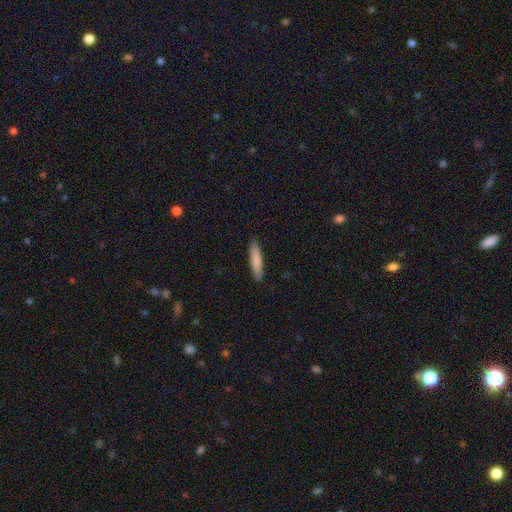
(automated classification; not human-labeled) smooth-or-featured: smooth: 78% | featured or disk: 16% | star or artifact: 6%
  how-rounded: cigar-shaped: 88% | in between: 11% | round: 1%
  merging: none: 90% | minor disturbance: 7% | major disturbance: 2% | merger: 1%